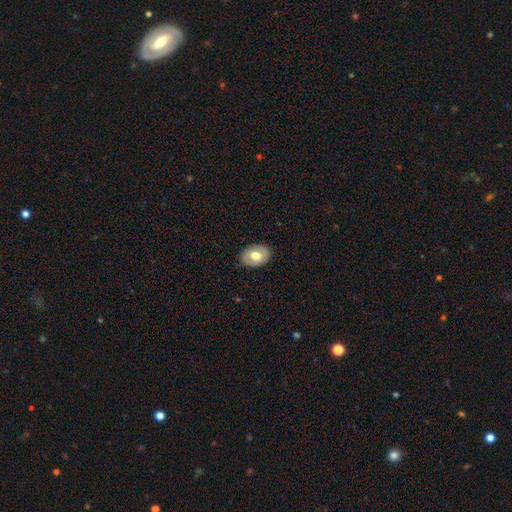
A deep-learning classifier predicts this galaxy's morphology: Q: Smooth or featured?
A: smooth (70%); runner-up: featured or disk (23%)
Q: How rounded?
A: in between (74%); runner-up: round (25%)
Q: Merging?
A: none (87%); runner-up: minor disturbance (10%)